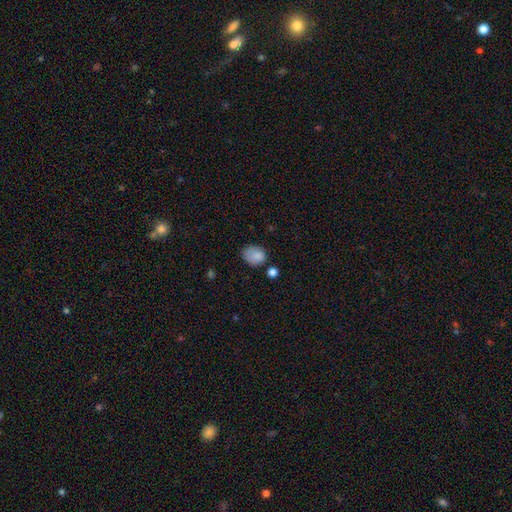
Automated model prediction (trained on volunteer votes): A smooth galaxy with no disk features (84%) that is in between round and cigar-shaped (58%). Merging: none (53%).